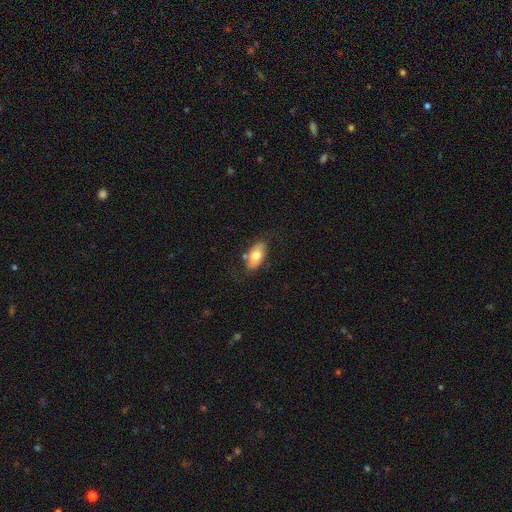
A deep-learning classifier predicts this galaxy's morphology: Smooth or featured?
  - smooth: 68% *
  - featured or disk: 26%
  - star or artifact: 6%
How rounded?
  - in between: 91% *
  - cigar-shaped: 5%
  - round: 4%
Merging?
  - none: 72% *
  - minor disturbance: 17%
  - major disturbance: 5%
  - merger: 5%